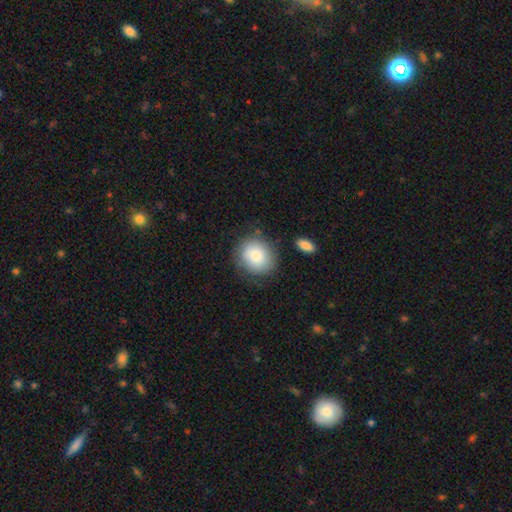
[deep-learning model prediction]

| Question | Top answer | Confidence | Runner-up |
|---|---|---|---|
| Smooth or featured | smooth | 84% | featured or disk (9%) |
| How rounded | round | 79% | in between (20%) |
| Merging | none | 77% | minor disturbance (15%) |